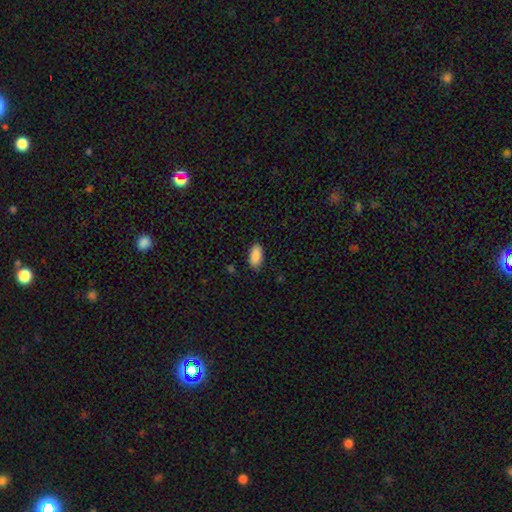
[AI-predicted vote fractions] The model was most divided on "merging": none: 85%, minor disturbance: 11%, major disturbance: 2%, merger: 1%. More confident: how rounded — in between (92%); smooth or featured — smooth (90%).